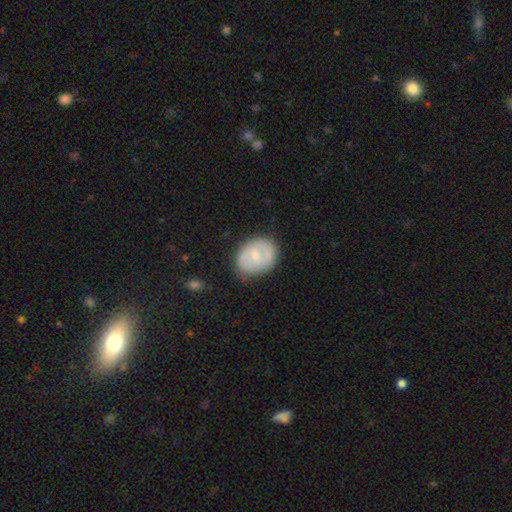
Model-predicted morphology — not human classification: This appears to be a smooth galaxy with no disk features (48%). Merging: none (73%).